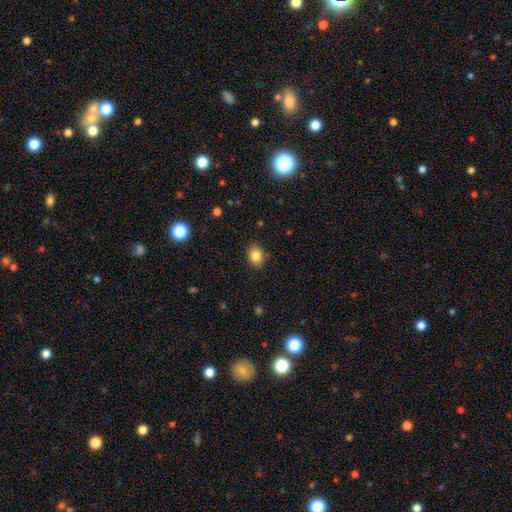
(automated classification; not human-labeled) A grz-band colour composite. It shows a smooth galaxy with no disk features (83%) that is in between round and cigar-shaped (54%). Merging: none (84%).